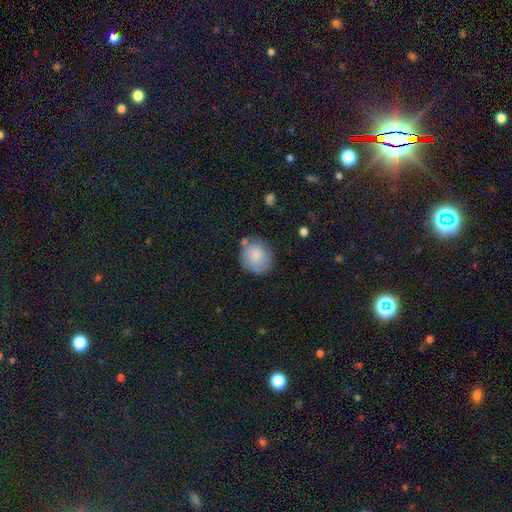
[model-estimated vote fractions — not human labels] Smooth or featured? smooth (78%)
How rounded? round (80%)
Merging? none (66%)